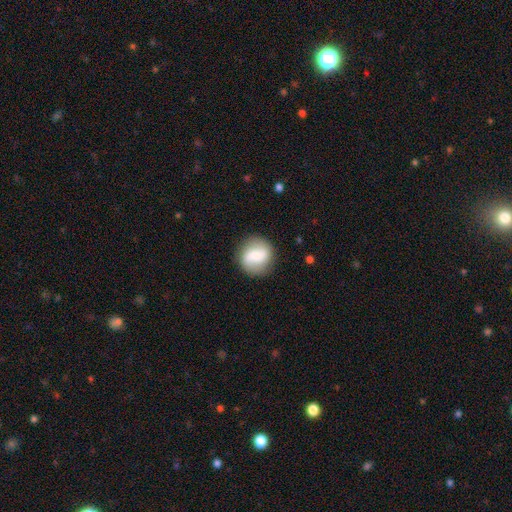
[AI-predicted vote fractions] smooth_or_featured: smooth (p=0.52) [alt: featured or disk p=0.40]
how_rounded: round (p=0.87) [alt: in between p=0.12]
merging: none (p=0.82) [alt: minor disturbance p=0.12]